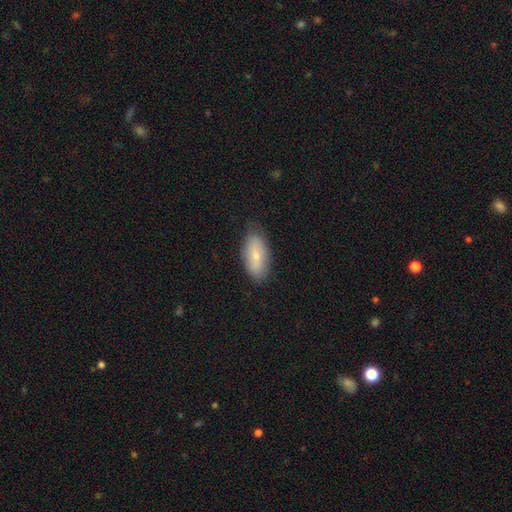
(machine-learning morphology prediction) Smooth or featured: smooth — 71% (featured or disk — 23%)
How rounded: in between — 90% (cigar-shaped — 7%)
Merging: none — 75% (minor disturbance — 20%)